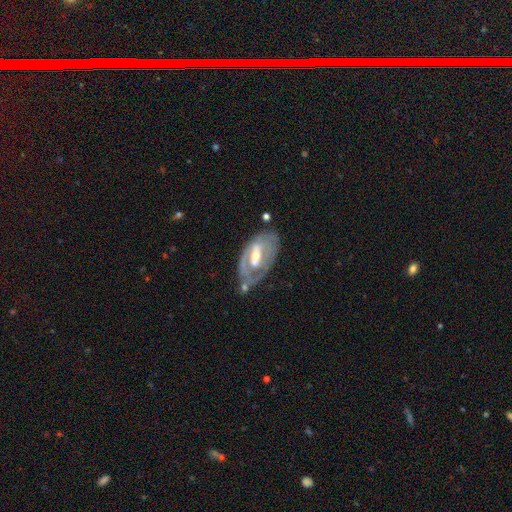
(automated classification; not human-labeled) Morphology: type=featured or disk (77%); edge-on=no (92%); bar=weak (41%); spiral arms=yes (62%); bulge=moderate (60%); merging=none (51%).